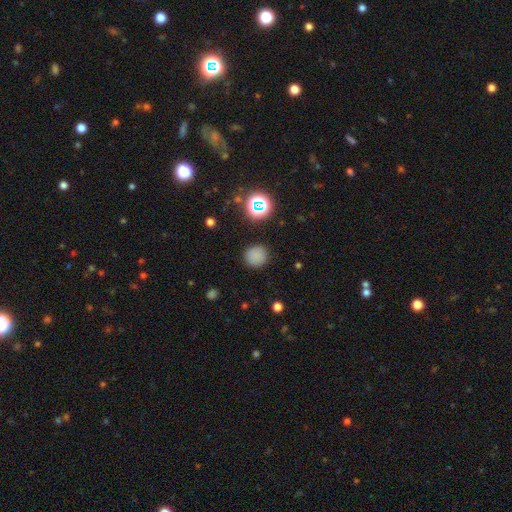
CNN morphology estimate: A smooth galaxy with no disk features (78%) that is round (93%).

Vote fractions:
- Smooth or featured? smooth: 78% / star or artifact: 17% / featured or disk: 5%
- How rounded? round: 93% / in between: 6% / cigar-shaped: 1%
- Merging? none: 87% / minor disturbance: 8% / major disturbance: 3% / merger: 1%